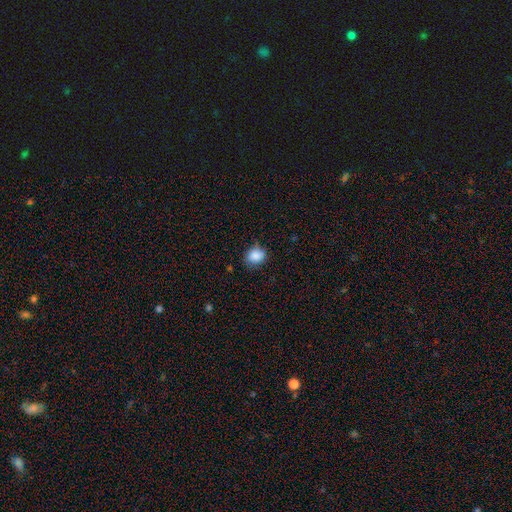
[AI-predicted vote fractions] smooth 86%, star or artifact 9%, featured or disk 6%. Down the decision tree: how rounded — round (57%); merging — none (70%).